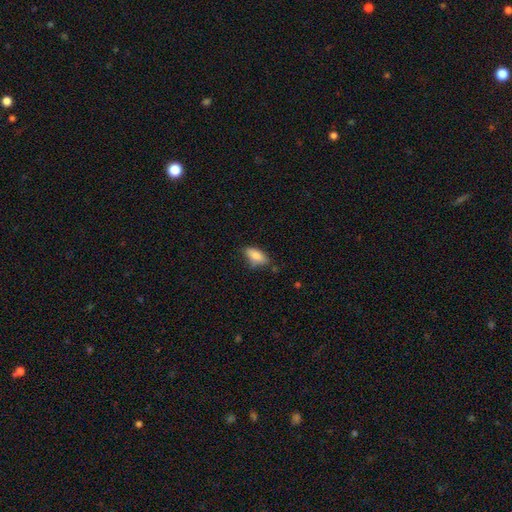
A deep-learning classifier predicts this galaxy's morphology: smooth-or-featured: smooth: 84% | featured or disk: 9% | star or artifact: 7%
  how-rounded: in between: 84% | cigar-shaped: 14% | round: 3%
  merging: none: 66% | minor disturbance: 25% | major disturbance: 5% | merger: 4%